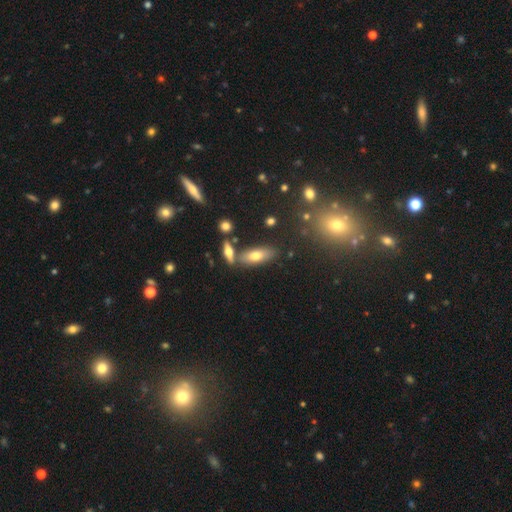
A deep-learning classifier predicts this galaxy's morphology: Smooth or featured: smooth — 68% (featured or disk — 23%)
How rounded: in between — 73% (cigar-shaped — 24%)
Merging: none — 70% (merger — 14%)